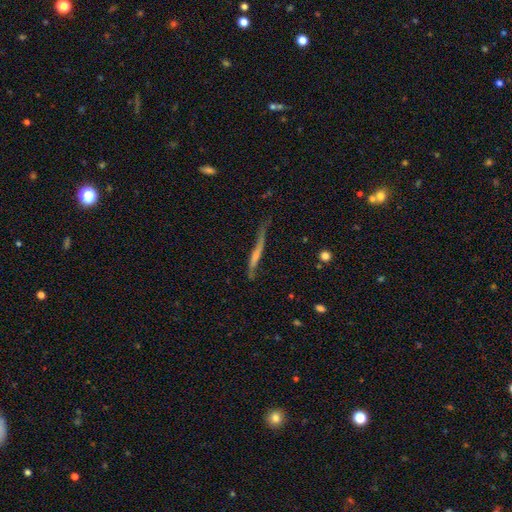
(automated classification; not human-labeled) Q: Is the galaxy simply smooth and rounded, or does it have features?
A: featured or disk — 62%.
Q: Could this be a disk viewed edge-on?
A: yes — 89%.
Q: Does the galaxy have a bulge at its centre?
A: none — 50%.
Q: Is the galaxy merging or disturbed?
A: none — 56%.